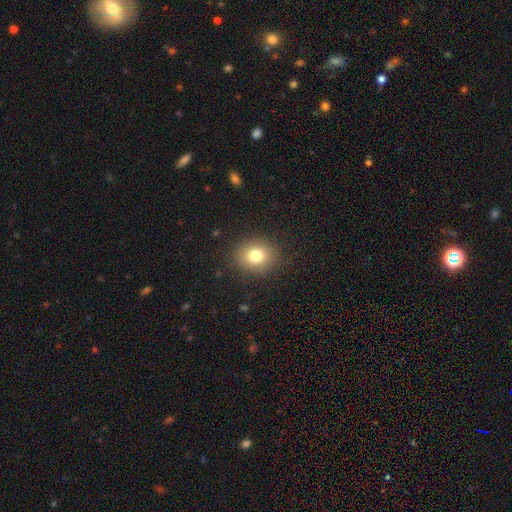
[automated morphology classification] Smooth or featured? smooth (78%)
How rounded? round (69%)
Merging? none (87%)